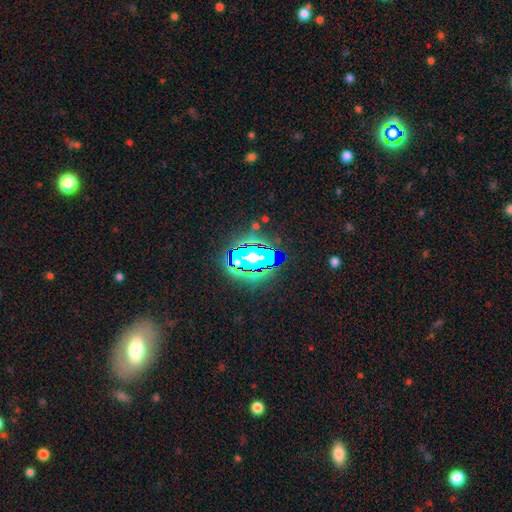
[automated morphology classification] Q: Smooth or featured?
A: star or artifact (57%); runner-up: smooth (25%)